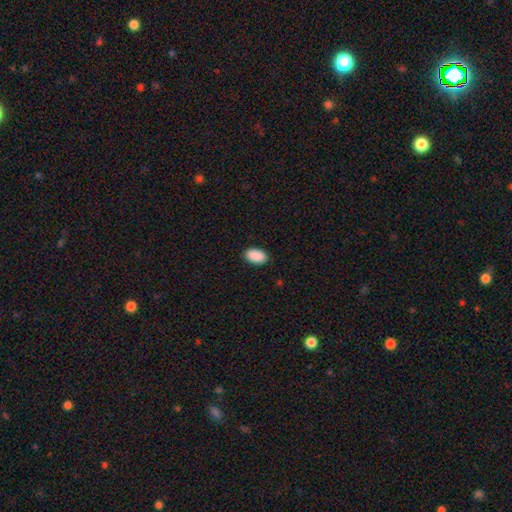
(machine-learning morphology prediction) Smooth or featured? smooth (91%)
How rounded? in between (93%)
Merging? none (90%)